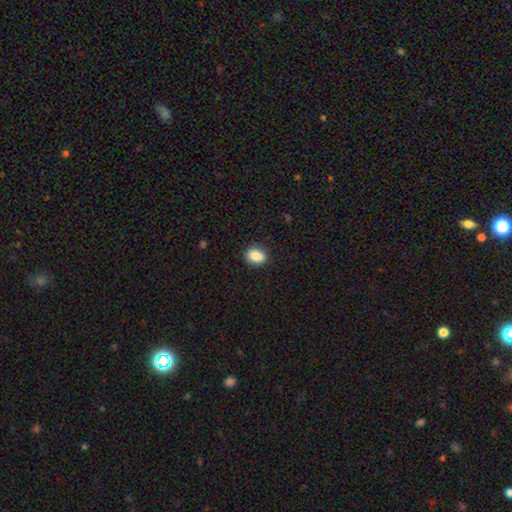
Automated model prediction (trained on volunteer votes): Q: Smooth or featured?
A: smooth (86%); runner-up: star or artifact (8%)
Q: How rounded?
A: in between (65%); runner-up: round (33%)
Q: Merging?
A: none (88%); runner-up: minor disturbance (9%)